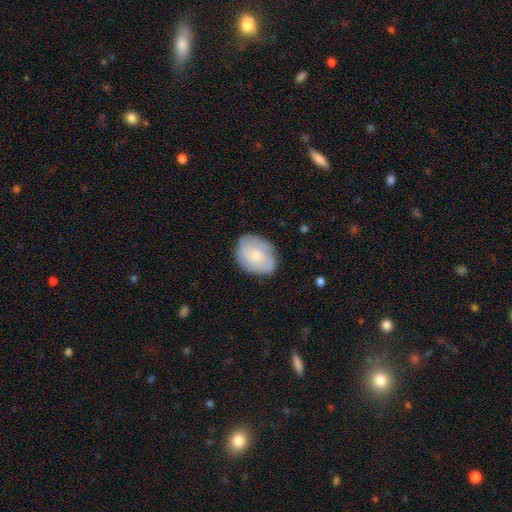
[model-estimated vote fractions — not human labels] smooth_or_featured: featured or disk (p=0.49) [alt: smooth p=0.44]
merging: none (p=0.78) [alt: minor disturbance p=0.17]